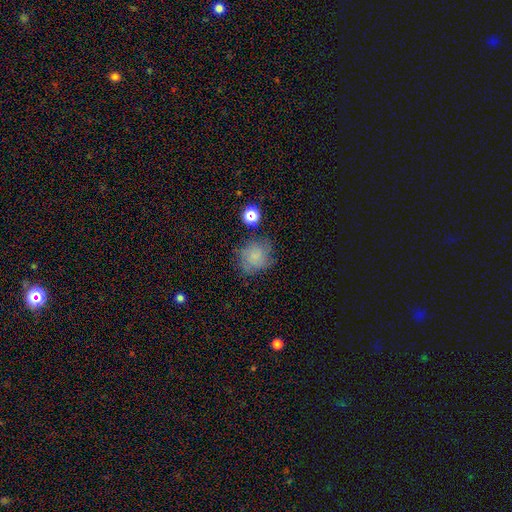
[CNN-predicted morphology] smooth-or-featured: smooth: 68% | featured or disk: 18% | star or artifact: 15%
  how-rounded: round: 81% | in between: 18% | cigar-shaped: 1%
  merging: none: 66% | minor disturbance: 21% | major disturbance: 9% | merger: 4%